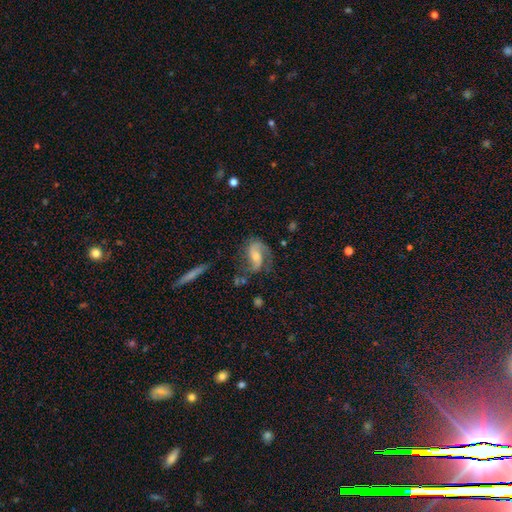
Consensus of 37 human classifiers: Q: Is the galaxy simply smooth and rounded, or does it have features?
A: featured or disk — 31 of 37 (84%).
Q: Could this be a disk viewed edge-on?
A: no — 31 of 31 (100%).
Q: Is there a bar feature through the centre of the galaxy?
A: weak — 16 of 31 (52%).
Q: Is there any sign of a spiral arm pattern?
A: yes — 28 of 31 (90%).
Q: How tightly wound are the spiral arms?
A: medium — 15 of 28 (54%).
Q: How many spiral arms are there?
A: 2 — 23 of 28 (82%).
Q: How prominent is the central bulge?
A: moderate — 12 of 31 (39%).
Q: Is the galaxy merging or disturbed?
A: none — 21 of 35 (60%).